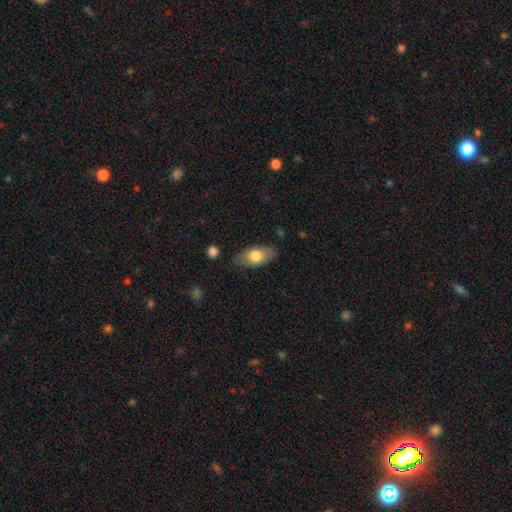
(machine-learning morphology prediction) smooth 71%, featured or disk 22%, star or artifact 6%. Down the decision tree: how rounded — in between (85%); merging — none (82%).